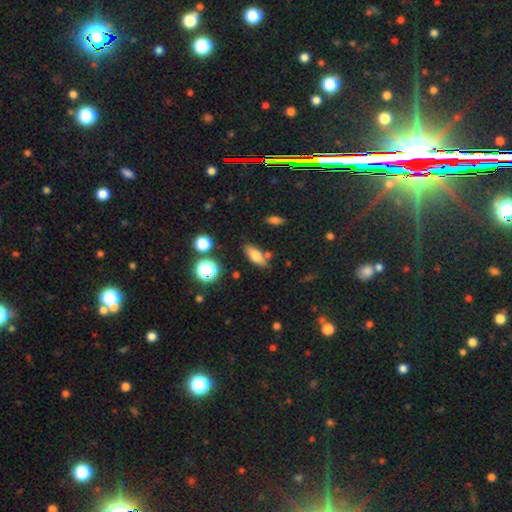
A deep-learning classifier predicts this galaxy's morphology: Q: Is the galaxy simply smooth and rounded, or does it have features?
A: smooth — 73%.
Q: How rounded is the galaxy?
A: in between — 70%.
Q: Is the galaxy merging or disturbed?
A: none — 77%.